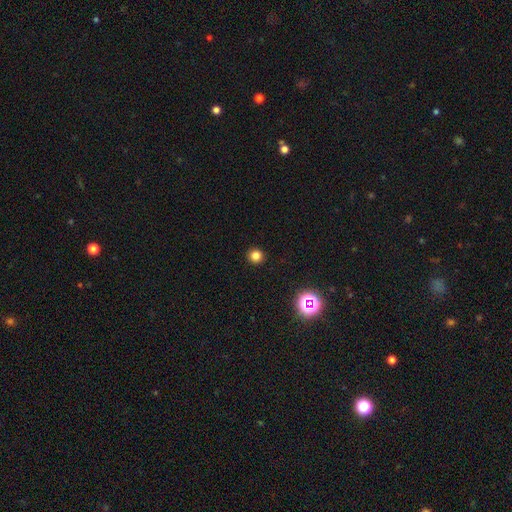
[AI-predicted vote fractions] Morphology: type=smooth (80%); roundness=round (94%); merging=none (93%).